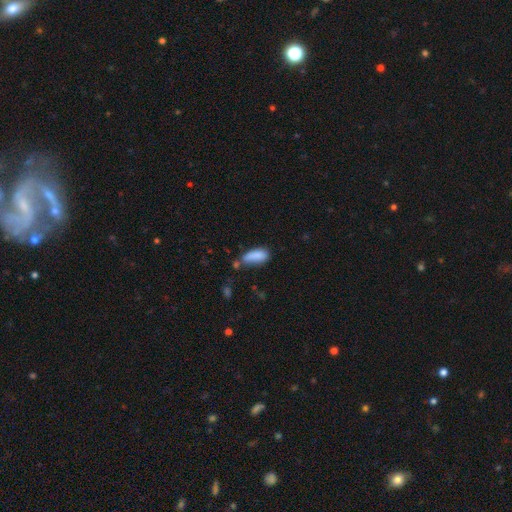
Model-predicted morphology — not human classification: A smooth galaxy with no disk features (84%) that is in between round and cigar-shaped (76%). Merging: none (48%).